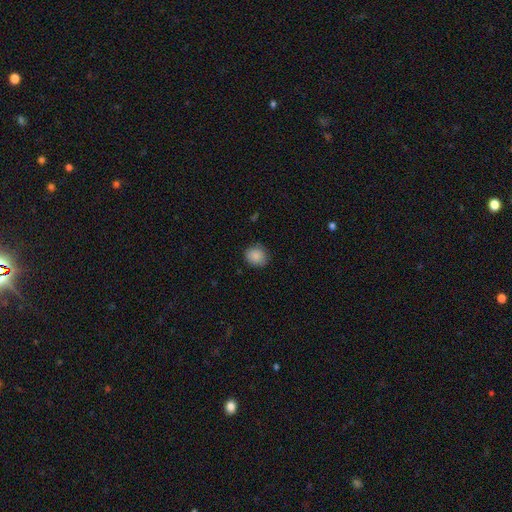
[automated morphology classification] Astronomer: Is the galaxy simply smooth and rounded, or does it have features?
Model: smooth — 88%.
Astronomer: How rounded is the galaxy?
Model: round — 81%.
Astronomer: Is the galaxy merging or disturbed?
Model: none — 84%.